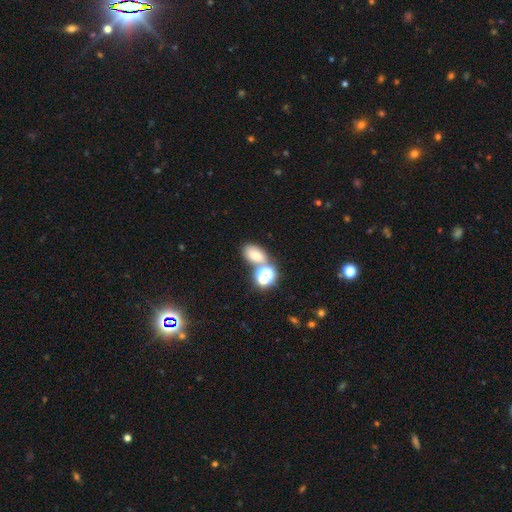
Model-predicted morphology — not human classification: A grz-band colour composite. It shows a smooth galaxy with no disk features (71%) that is in between round and cigar-shaped (79%). Merging: none (52%).